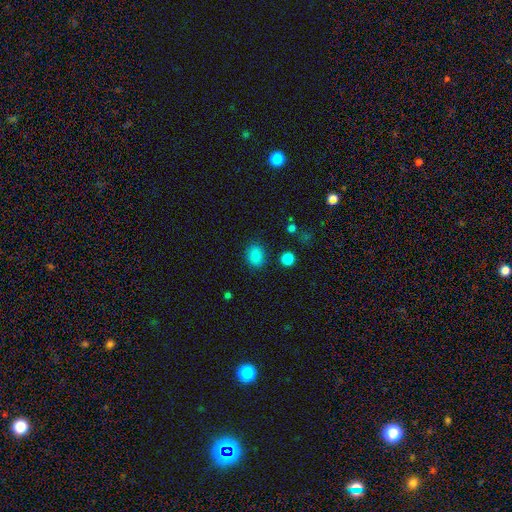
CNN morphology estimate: Q: Smooth or featured?
A: smooth (85%); runner-up: star or artifact (11%)
Q: How rounded?
A: in between (60%); runner-up: round (39%)
Q: Merging?
A: none (84%); runner-up: minor disturbance (10%)